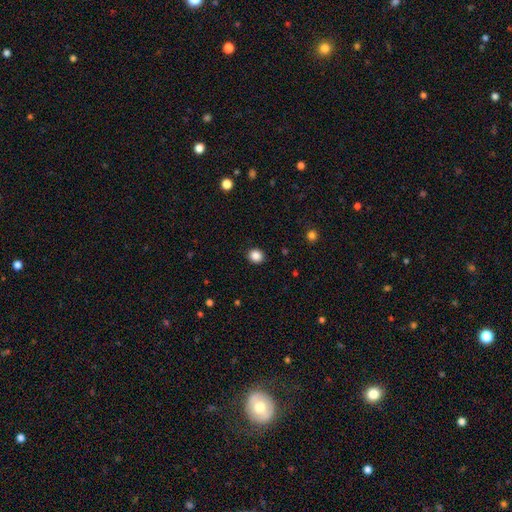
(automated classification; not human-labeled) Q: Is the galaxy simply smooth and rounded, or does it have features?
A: smooth — 87%.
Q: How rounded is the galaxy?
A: round — 82%.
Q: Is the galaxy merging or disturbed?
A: none — 91%.